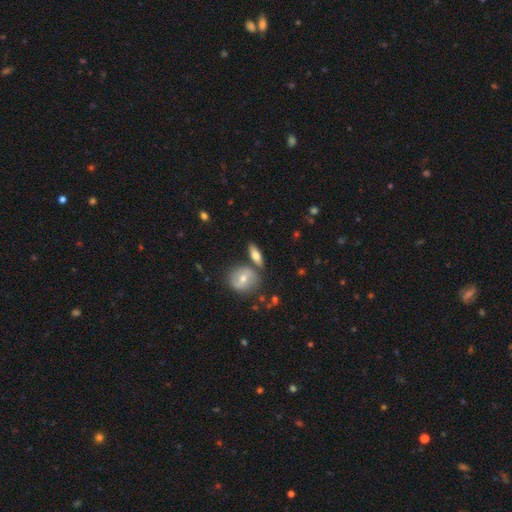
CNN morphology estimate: Overall: smooth (64%; featured or disk 29%). How rounded: in between (59%; cigar-shaped 31%). Merging: none (71%).